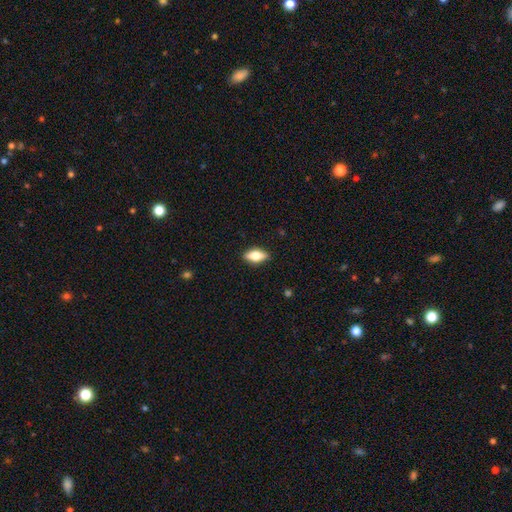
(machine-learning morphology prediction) type=smooth (68%); roundness=in between (83%); merging=none (87%).